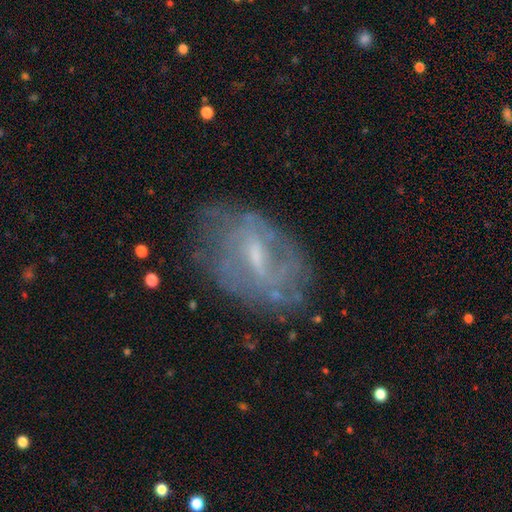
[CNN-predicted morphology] Smooth or featured: featured or disk — 71% (smooth — 20%)
Edge-on disk: no — 95% (yes — 5%)
Bar: weak — 58% (no — 22%)
Spiral arms: yes — 67% (no — 33%)
Bulge size: small — 52% (moderate — 34%)
Merging: none — 66% (minor disturbance — 21%)